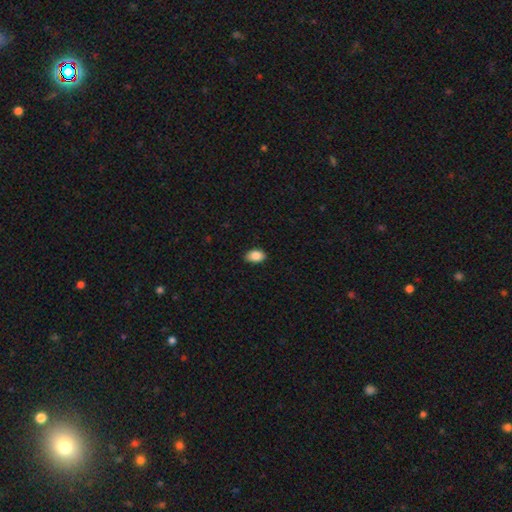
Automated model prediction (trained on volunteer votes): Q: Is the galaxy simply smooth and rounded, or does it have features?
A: smooth — 88%.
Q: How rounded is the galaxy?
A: in between — 87%.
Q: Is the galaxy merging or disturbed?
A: none — 84%.